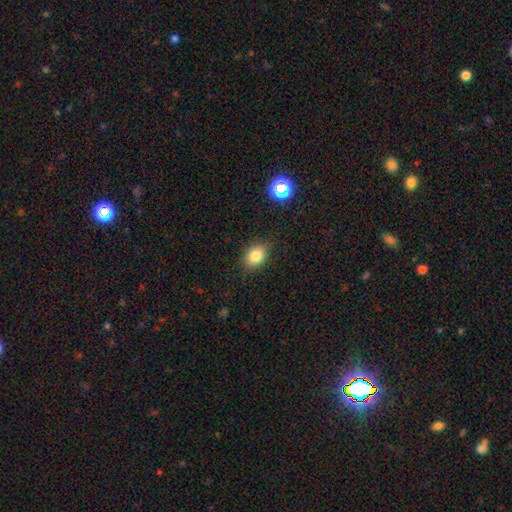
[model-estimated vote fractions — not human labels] Overall: smooth (81%). How rounded: in between (74%). Merging: none (84%).